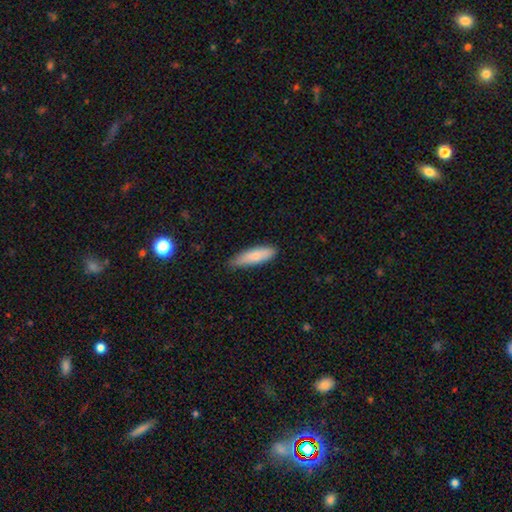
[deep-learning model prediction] smooth_or_featured: smooth (p=0.77) [alt: featured or disk p=0.16]
how_rounded: cigar-shaped (p=0.57) [alt: in between p=0.41]
merging: none (p=0.75) [alt: minor disturbance p=0.21]